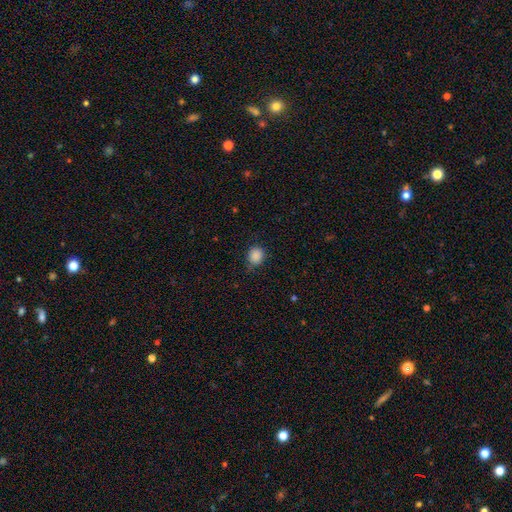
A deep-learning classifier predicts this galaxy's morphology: smooth 87%, star or artifact 10%, featured or disk 3%. Down the decision tree: how rounded — round (71%); merging — none (78%).